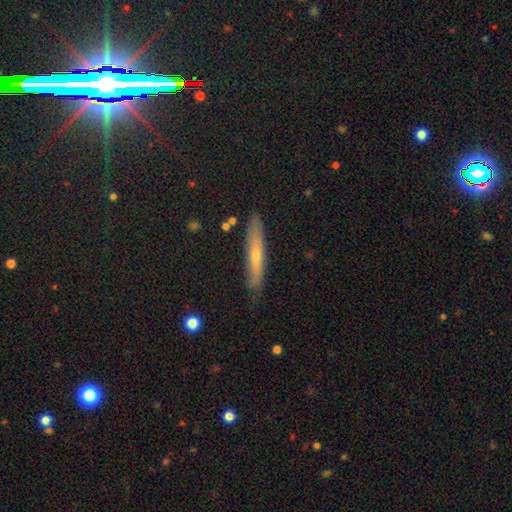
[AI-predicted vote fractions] Smooth or featured? smooth (48%)
Merging? none (85%)